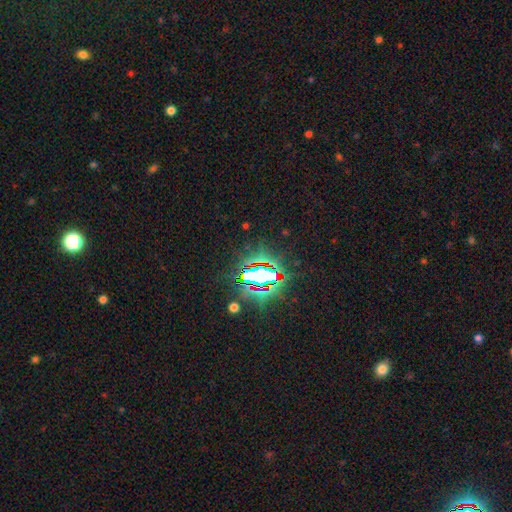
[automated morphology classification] Overall: star or artifact (85%).